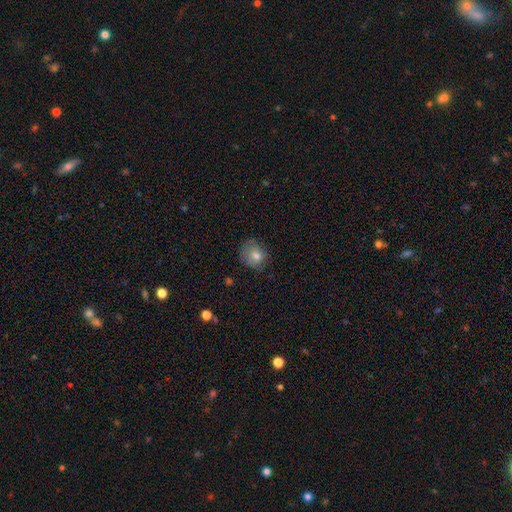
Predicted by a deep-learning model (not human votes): smooth-or-featured: smooth: 73% | featured or disk: 16% | star or artifact: 11%
  how-rounded: round: 72% | in between: 27% | cigar-shaped: 1%
  merging: none: 65% | minor disturbance: 25% | major disturbance: 9% | merger: 2%